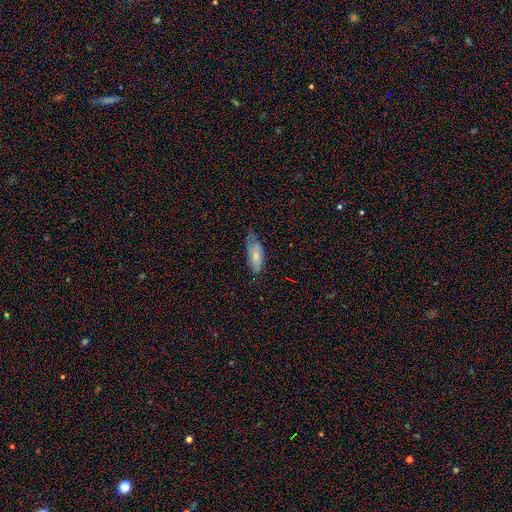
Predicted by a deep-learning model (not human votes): Q: Smooth or featured?
A: smooth (70%); runner-up: featured or disk (23%)
Q: How rounded?
A: in between (80%); runner-up: cigar-shaped (18%)
Q: Merging?
A: none (45%); runner-up: minor disturbance (41%)